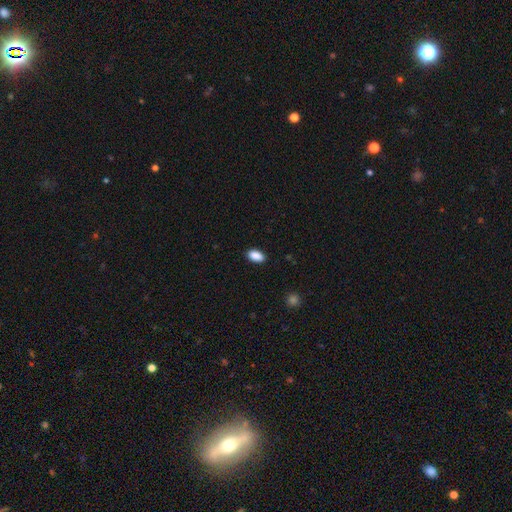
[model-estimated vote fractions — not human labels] Smooth or featured: smooth — 90% (star or artifact — 7%)
How rounded: in between — 93% (round — 4%)
Merging: none — 88% (minor disturbance — 9%)